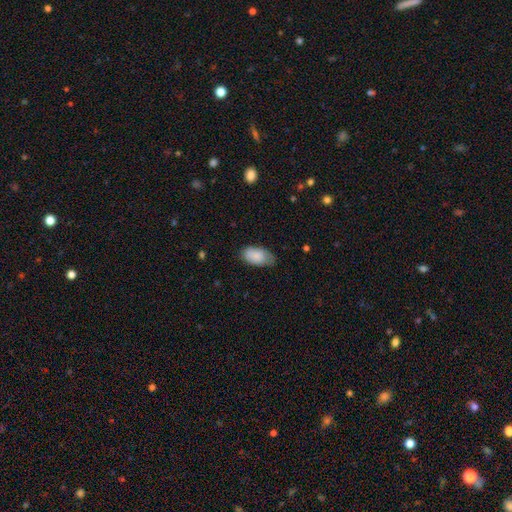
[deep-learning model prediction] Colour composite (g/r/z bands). It shows a smooth galaxy with no disk features (86%) that is in between round and cigar-shaped (94%). Merging: none (69%).